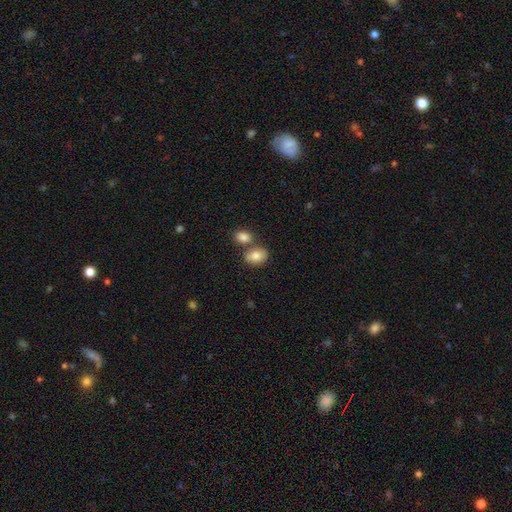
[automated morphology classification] Smooth or featured: smooth — 82% (featured or disk — 10%)
How rounded: in between — 71% (round — 27%)
Merging: none — 55% (merger — 30%)